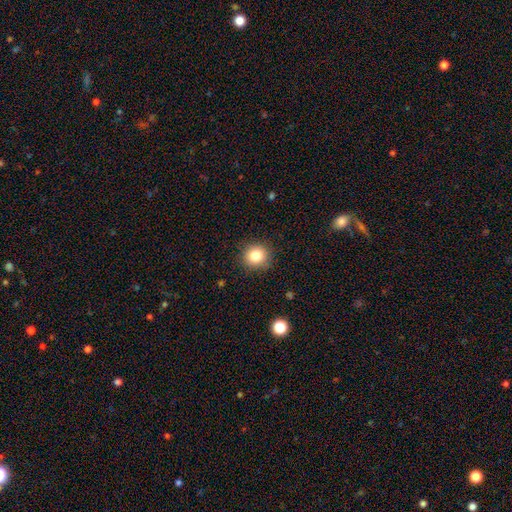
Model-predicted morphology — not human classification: Smooth or featured?
  - smooth: 82% *
  - star or artifact: 11%
  - featured or disk: 7%
How rounded?
  - round: 88% *
  - in between: 11%
  - cigar-shaped: 1%
Merging?
  - none: 89% *
  - minor disturbance: 8%
  - major disturbance: 2%
  - merger: 1%